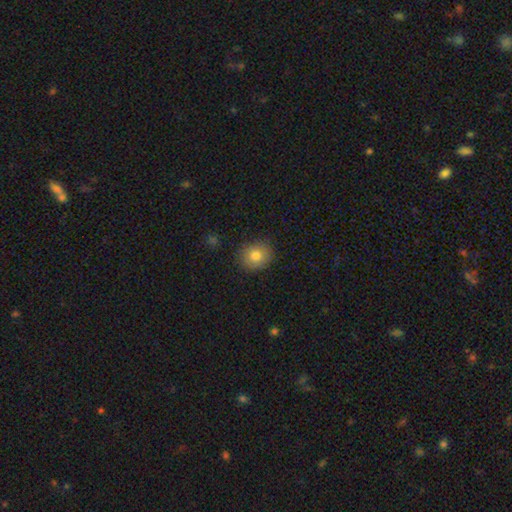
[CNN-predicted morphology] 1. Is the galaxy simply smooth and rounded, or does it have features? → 80% smooth, 10% featured or disk, 10% star or artifact.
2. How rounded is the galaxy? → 75% round, 24% in between, 1% cigar-shaped.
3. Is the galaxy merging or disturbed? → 86% none, 10% minor disturbance, 3% major disturbance, 1% merger.